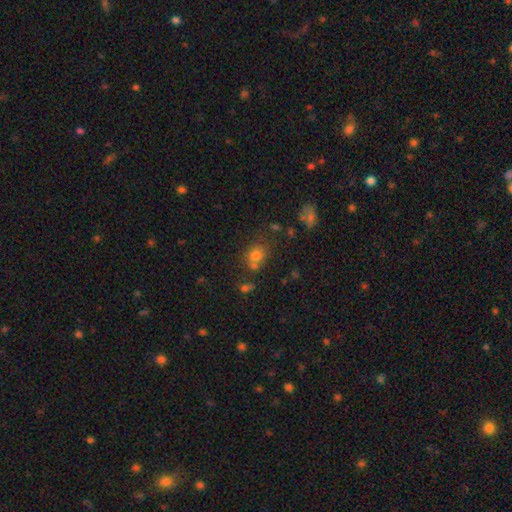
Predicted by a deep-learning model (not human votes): smooth-or-featured: smooth: 72% | star or artifact: 17% | featured or disk: 11%
  how-rounded: round: 66% | in between: 33% | cigar-shaped: 1%
  merging: none: 52% | merger: 27% | minor disturbance: 14% | major disturbance: 6%